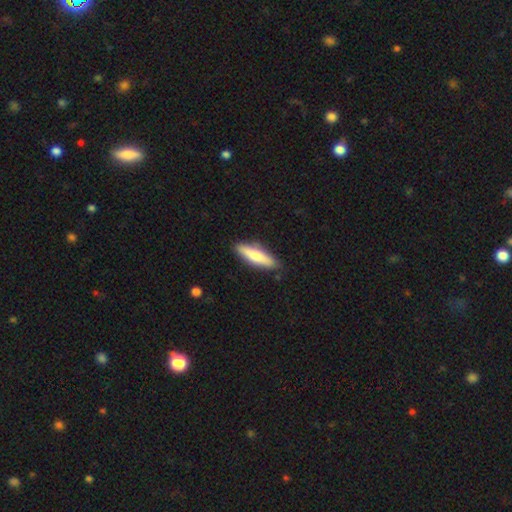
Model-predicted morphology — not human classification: This appears to be a smooth galaxy with no disk features (68%) that is cigar-shaped (72%). Merging: none (86%).